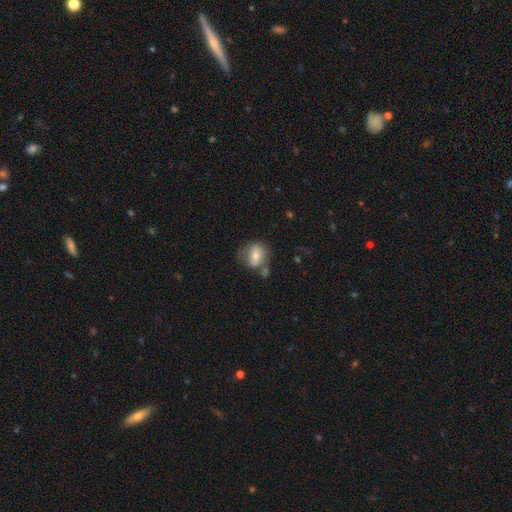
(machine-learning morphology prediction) smooth-or-featured: smooth: 68% | featured or disk: 24% | star or artifact: 8%
  how-rounded: in between: 58% | round: 40% | cigar-shaped: 2%
  merging: none: 45% | minor disturbance: 22% | merger: 21% | major disturbance: 12%